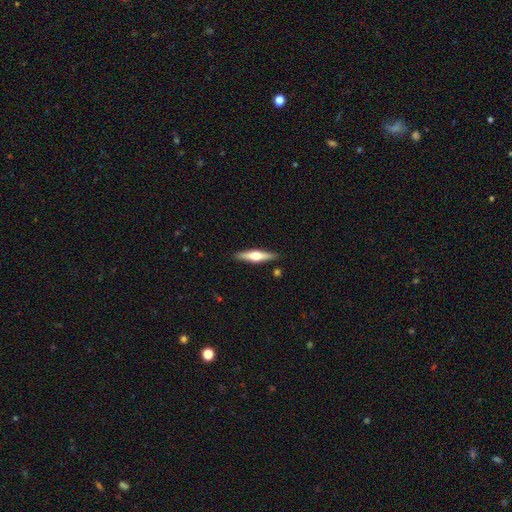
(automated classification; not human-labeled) smooth_or_featured: featured or disk (p=0.59) [alt: smooth p=0.36]
disk_edge_on: yes (p=0.96) [alt: no p=0.04]
edge_on_bulge: rounded (p=0.94) [alt: boxy p=0.04]
merging: none (p=0.89) [alt: minor disturbance p=0.08]